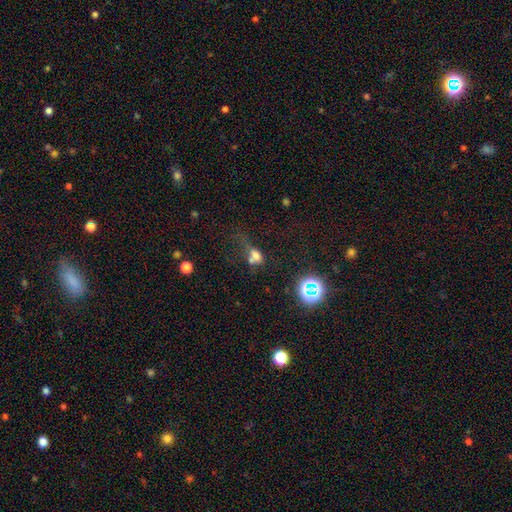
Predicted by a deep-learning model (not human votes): A smooth galaxy with no disk features (59%) that is in between round and cigar-shaped (59%). Merging: merger (35%).